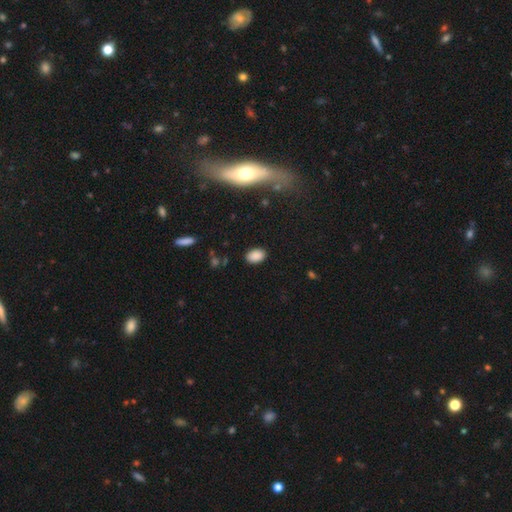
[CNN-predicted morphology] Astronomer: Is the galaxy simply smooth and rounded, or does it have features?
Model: smooth — 86%.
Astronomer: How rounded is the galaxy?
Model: in between — 87%.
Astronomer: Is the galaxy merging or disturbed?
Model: none — 88%.